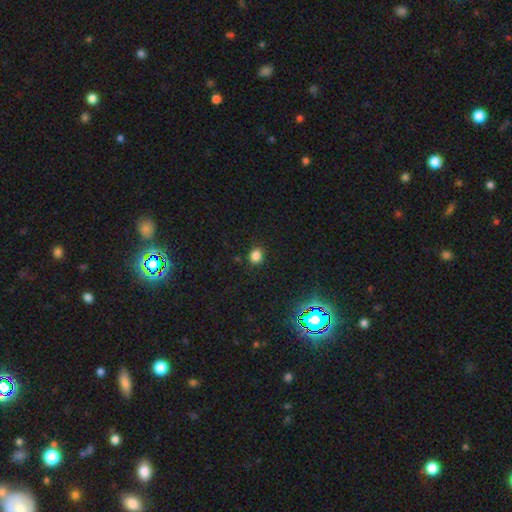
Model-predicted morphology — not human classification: This appears to be a smooth galaxy with no disk features (82%) that is round (68%). Merging: none (86%).